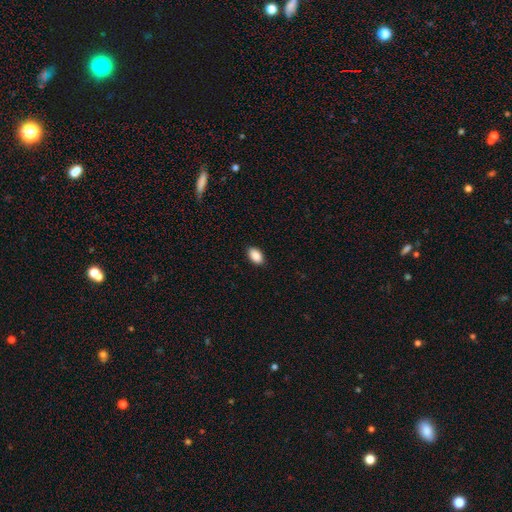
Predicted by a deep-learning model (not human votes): The model was most divided on "merging": none: 90%, minor disturbance: 8%, major disturbance: 2%, merger: 1%. More confident: how rounded — in between (93%); smooth or featured — smooth (90%).